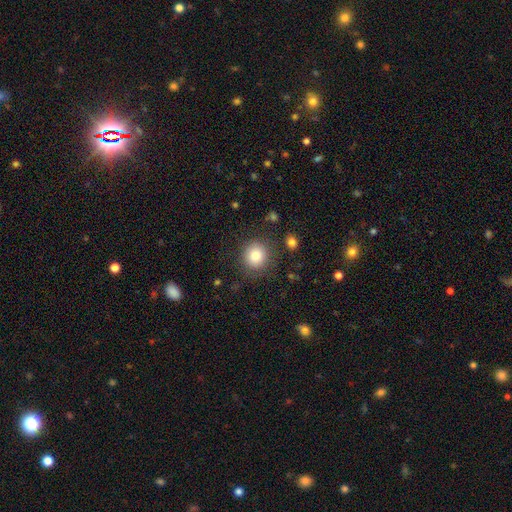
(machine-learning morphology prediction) Q: Smooth or featured?
A: smooth (81%); runner-up: star or artifact (10%)
Q: How rounded?
A: round (90%); runner-up: in between (10%)
Q: Merging?
A: none (86%); runner-up: minor disturbance (9%)